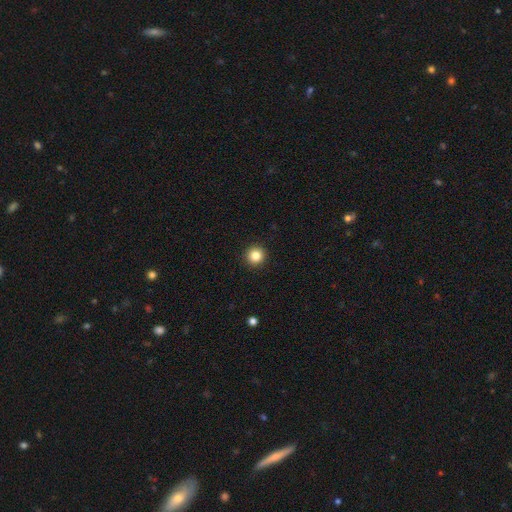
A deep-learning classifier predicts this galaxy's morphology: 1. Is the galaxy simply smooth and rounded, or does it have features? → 83% smooth, 11% star or artifact, 5% featured or disk.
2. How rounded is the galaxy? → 96% round, 3% in between, 1% cigar-shaped.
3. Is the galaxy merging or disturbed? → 94% none, 4% minor disturbance, 1% major disturbance, 1% merger.